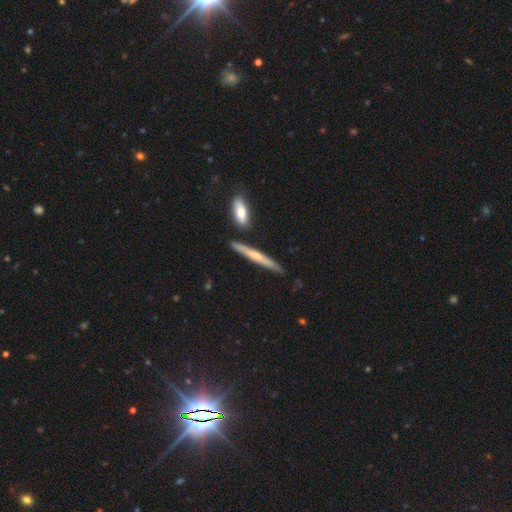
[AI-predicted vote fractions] Morphology: type=featured or disk (49%); merging=none (83%).